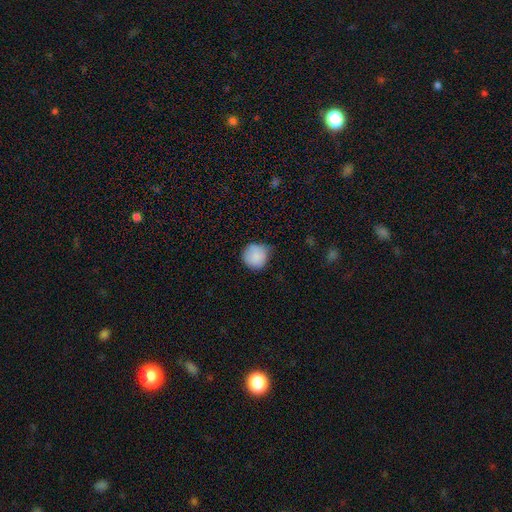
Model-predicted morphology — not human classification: smooth-or-featured: smooth: 87% | star or artifact: 8% | featured or disk: 5%
  how-rounded: round: 92% | in between: 7% | cigar-shaped: 1%
  merging: none: 64% | minor disturbance: 30% | major disturbance: 5% | merger: 1%